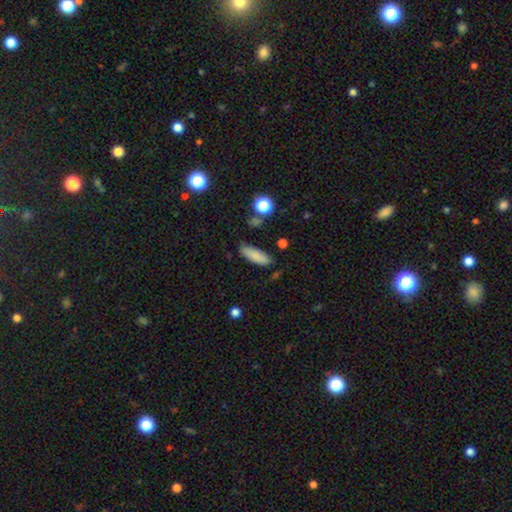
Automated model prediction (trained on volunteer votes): Overall: smooth (84%). How rounded: in between (57%; cigar-shaped 41%). Merging: none (80%).